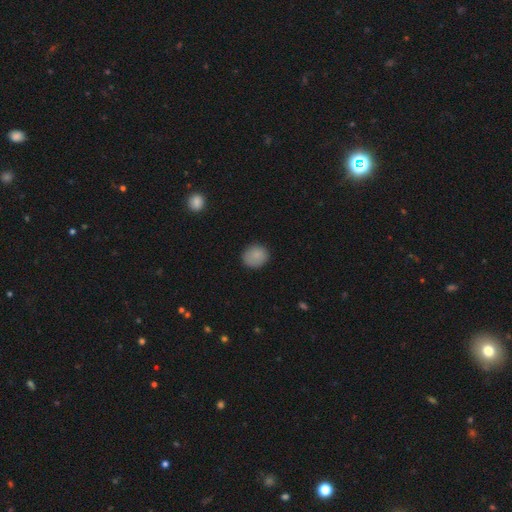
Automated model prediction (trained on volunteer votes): Morphology: type=smooth (86%); roundness=round (71%); merging=none (84%).